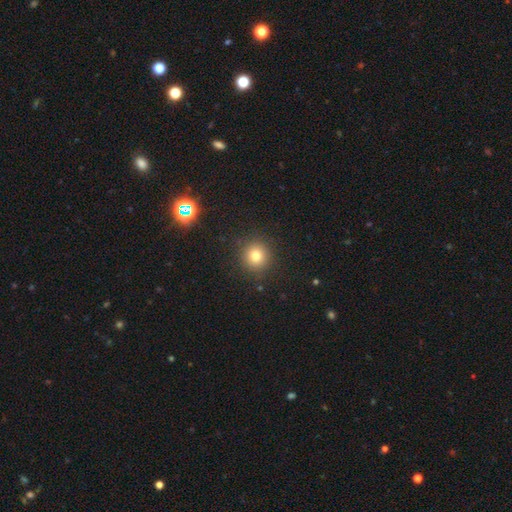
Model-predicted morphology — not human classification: Smooth or featured: smooth — 79% (star or artifact — 14%)
How rounded: round — 92% (in between — 7%)
Merging: none — 90% (minor disturbance — 6%)